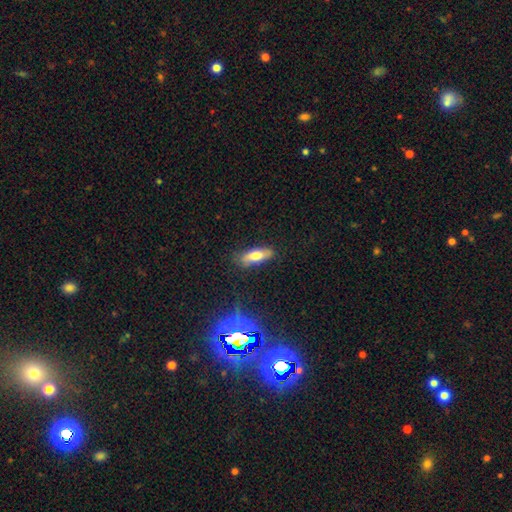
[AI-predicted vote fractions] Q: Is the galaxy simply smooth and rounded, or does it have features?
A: smooth — 69%.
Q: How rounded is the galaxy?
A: in between — 54%.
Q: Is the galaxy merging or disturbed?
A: none — 78%.